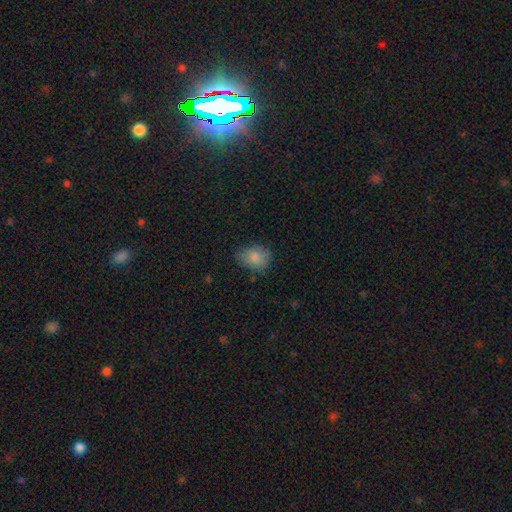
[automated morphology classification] Overall: smooth (84%). How rounded: in between (61%; round 38%). Merging: none (69%).